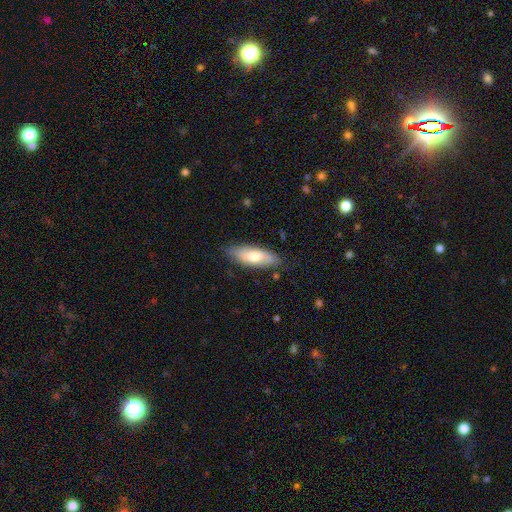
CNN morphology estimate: smooth_or_featured: smooth (p=0.66) [alt: featured or disk p=0.29]
how_rounded: in between (p=0.68) [alt: cigar-shaped p=0.30]
merging: none (p=0.78) [alt: minor disturbance p=0.17]